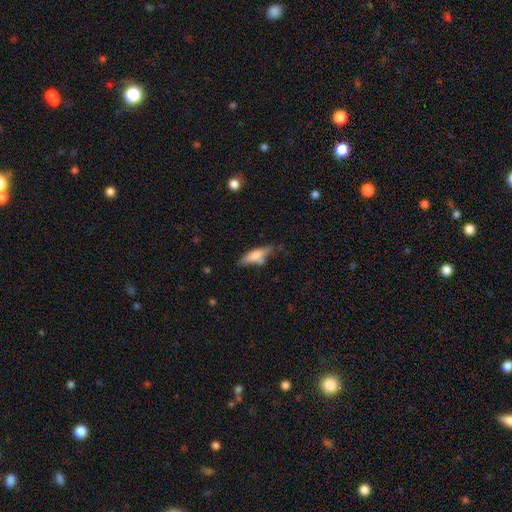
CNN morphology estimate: smooth_or_featured: smooth (p=0.65) [alt: featured or disk p=0.27]
how_rounded: cigar-shaped (p=0.59) [alt: in between p=0.38]
merging: none (p=0.56) [alt: minor disturbance p=0.25]